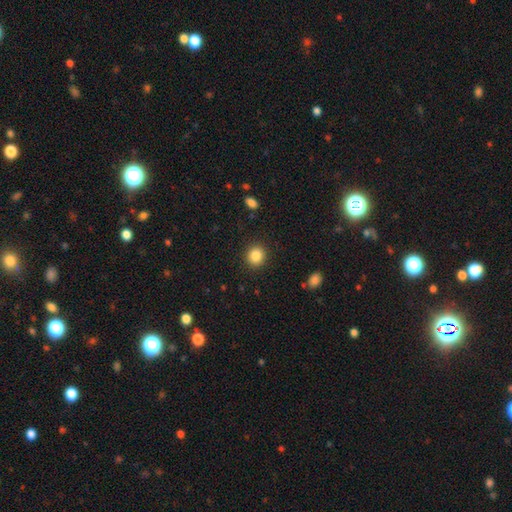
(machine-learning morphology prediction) This is clearly a smooth galaxy (85%). How rounded: clearly round (84%). Merging: clearly none (90%).